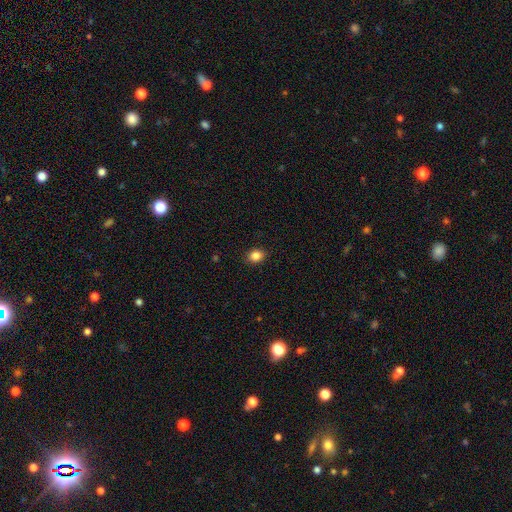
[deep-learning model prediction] This is clearly a smooth galaxy (85%). How rounded: possibly round (52%). Merging: clearly none (89%).